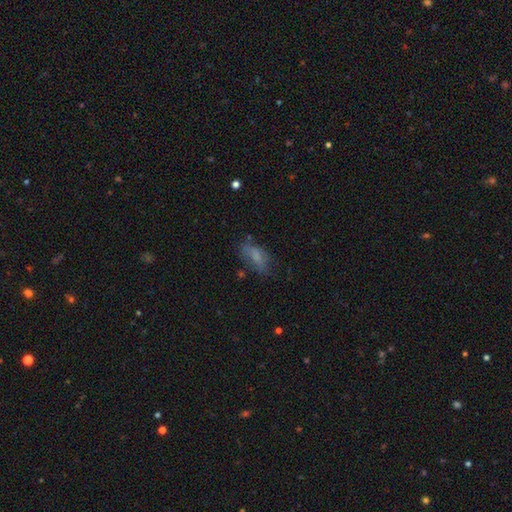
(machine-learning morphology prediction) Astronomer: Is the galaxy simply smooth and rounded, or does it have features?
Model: smooth — 66%.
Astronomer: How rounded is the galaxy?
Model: in between — 80%.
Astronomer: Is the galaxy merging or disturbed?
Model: none — 53%.